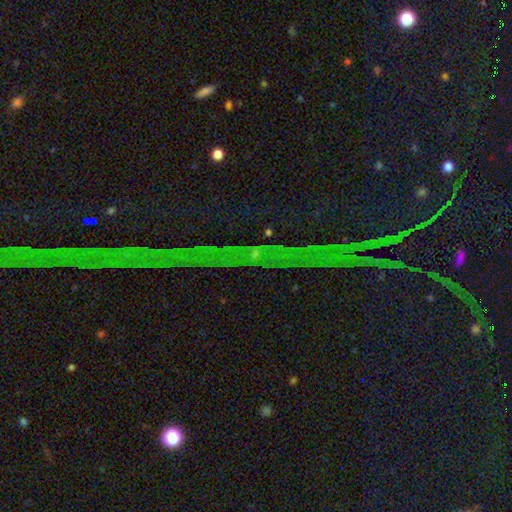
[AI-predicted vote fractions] The model was most divided on "smooth or featured": star or artifact: 79%, featured or disk: 13%, smooth: 9%.